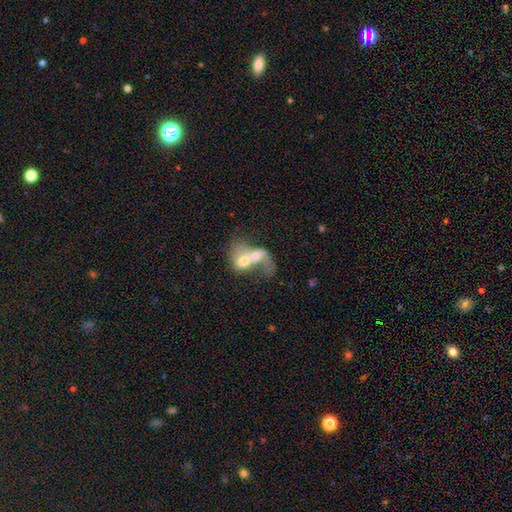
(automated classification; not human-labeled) Smooth or featured? smooth (52%)
How rounded? in between (62%)
Merging? merger (83%)